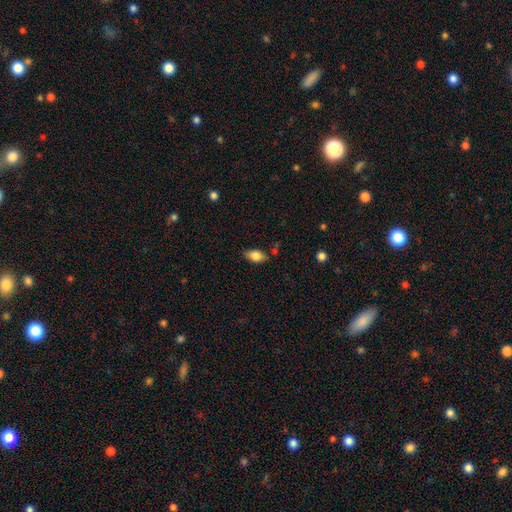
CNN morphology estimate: smooth 81%, featured or disk 11%, star or artifact 8%. Down the decision tree: how rounded — in between (89%); merging — none (75%).